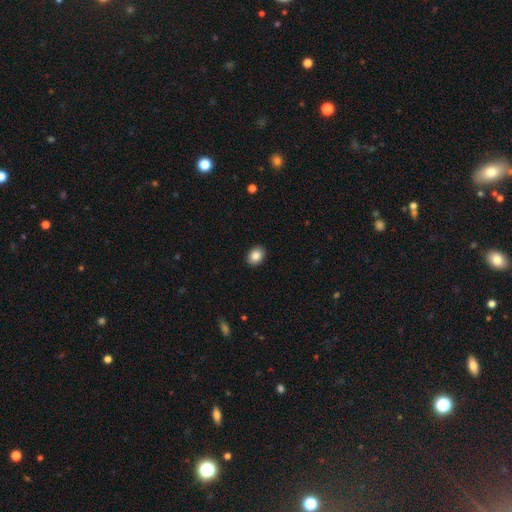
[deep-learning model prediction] Smooth or featured?
  - smooth: 87% *
  - star or artifact: 8%
  - featured or disk: 5%
How rounded?
  - in between: 61% *
  - round: 38%
  - cigar-shaped: 1%
Merging?
  - none: 90% *
  - minor disturbance: 7%
  - major disturbance: 2%
  - merger: 1%